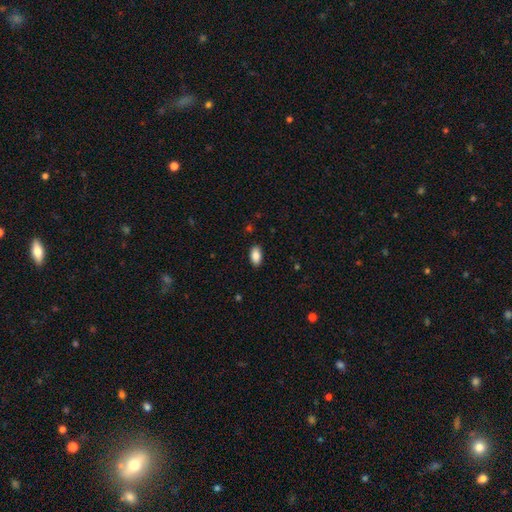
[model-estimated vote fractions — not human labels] A smooth galaxy with no disk features (89%) that is in between round and cigar-shaped (94%).

Vote fractions:
- Smooth or featured? smooth: 89% / star or artifact: 7% / featured or disk: 4%
- How rounded? in between: 94% / round: 4% / cigar-shaped: 2%
- Merging? none: 88% / minor disturbance: 9% / major disturbance: 2% / merger: 1%